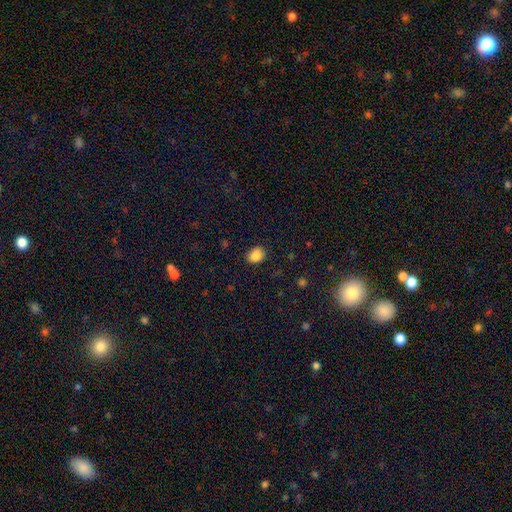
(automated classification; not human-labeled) Smooth or featured? Predicted: smooth (p=0.87). How rounded? Predicted: round (p=0.51). Merging? Predicted: none (p=0.84).